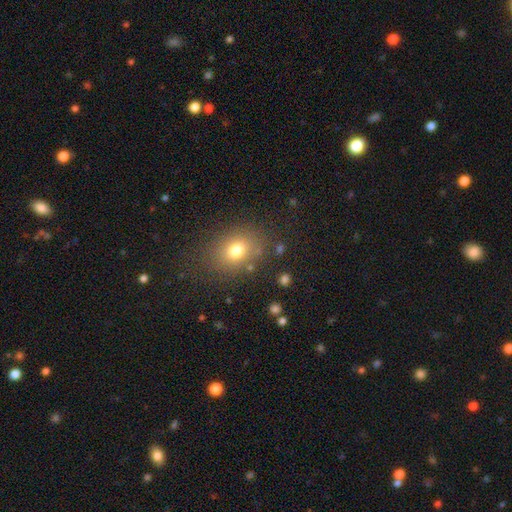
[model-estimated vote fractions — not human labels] Morphology: type=smooth (67%); roundness=in between (50%); merging=none (84%).